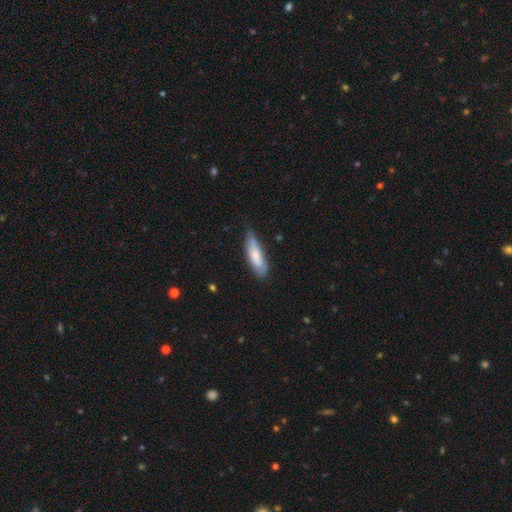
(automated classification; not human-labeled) The model was most divided on "how rounded": cigar-shaped: 54%, in between: 45%, round: 2%. More confident: smooth or featured — smooth (72%); merging — none (65%).